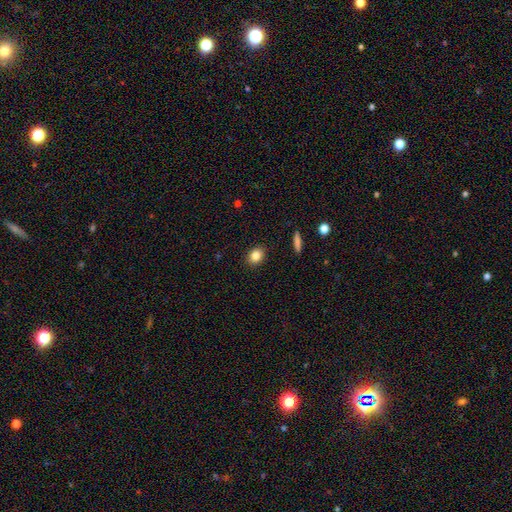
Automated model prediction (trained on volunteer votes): Morphology: type=smooth (83%); roundness=in between (53%); merging=none (90%).